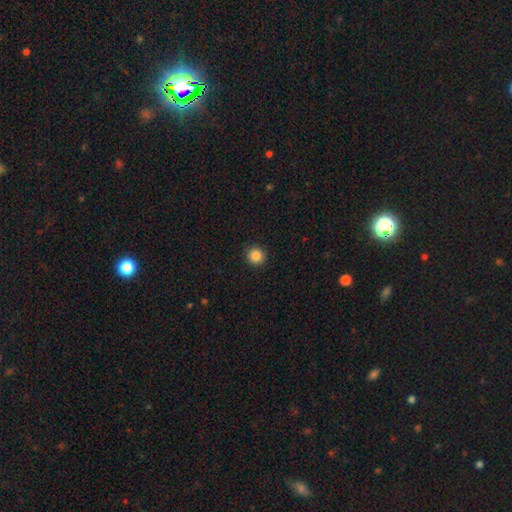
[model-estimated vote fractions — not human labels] Smooth or featured: smooth — 86% (star or artifact — 10%)
How rounded: round — 93% (in between — 6%)
Merging: none — 92% (minor disturbance — 5%)